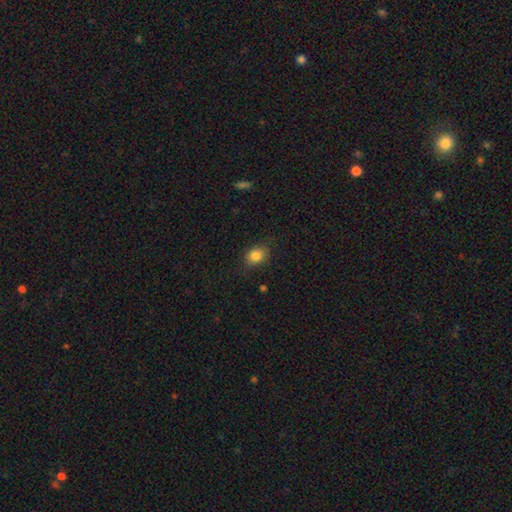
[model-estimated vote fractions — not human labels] smooth 84%, star or artifact 10%, featured or disk 6%. Down the decision tree: how rounded — in between (51%); merging — none (80%).